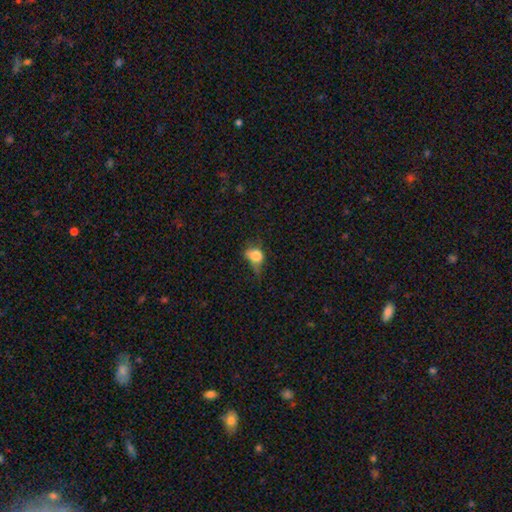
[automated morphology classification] Smooth or featured? Predicted: smooth (p=0.76). How rounded? Predicted: in between (p=0.57). Merging? Predicted: minor disturbance (p=0.36).